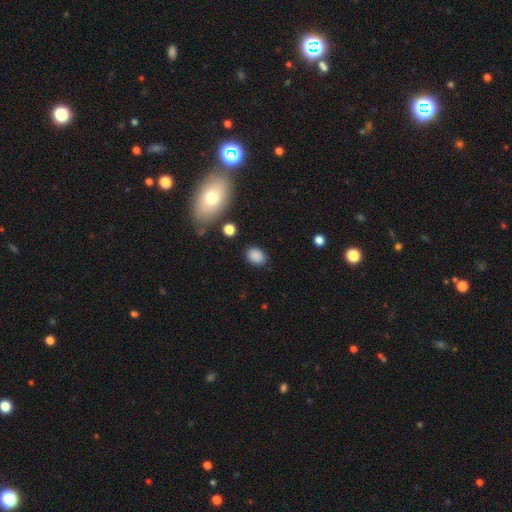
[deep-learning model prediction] A smooth galaxy with no disk features (86%) that is in between round and cigar-shaped (73%). Merging: none (83%).